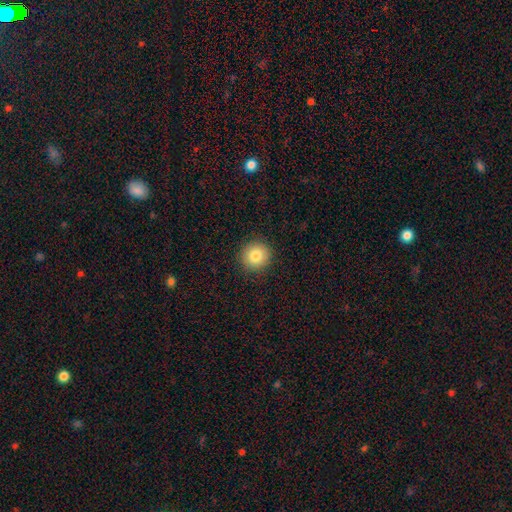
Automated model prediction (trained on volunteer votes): This appears to be a smooth galaxy with no disk features (83%) that is round (93%). Merging: none (91%).